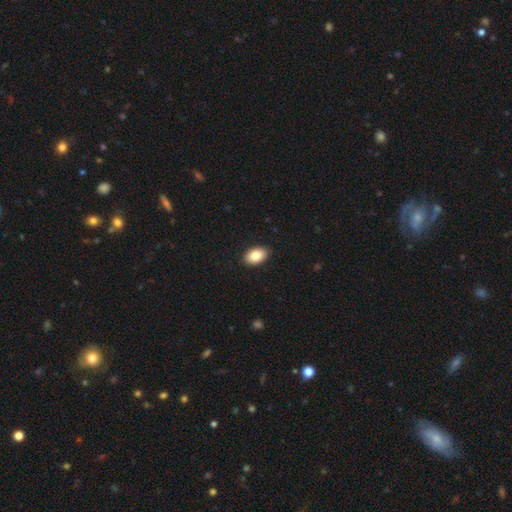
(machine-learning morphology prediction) Smooth or featured?
  - smooth: 84% *
  - featured or disk: 9%
  - star or artifact: 7%
How rounded?
  - in between: 91% *
  - round: 7%
  - cigar-shaped: 1%
Merging?
  - none: 90% *
  - minor disturbance: 7%
  - major disturbance: 2%
  - merger: 1%